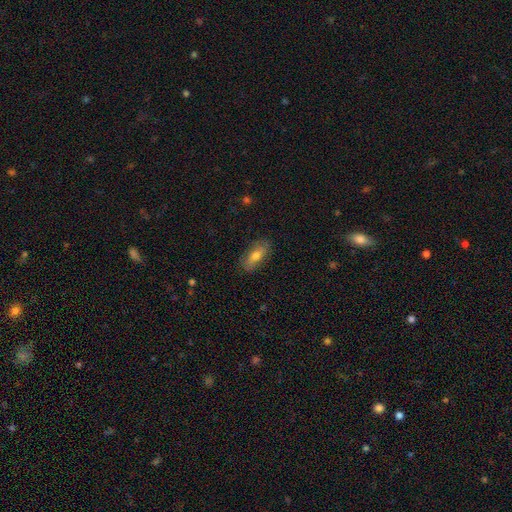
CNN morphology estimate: A smooth galaxy with no disk features (66%) that is in between round and cigar-shaped (81%). Merging: none (82%).